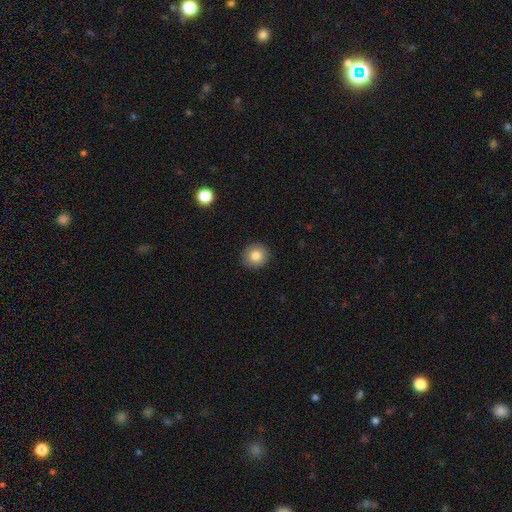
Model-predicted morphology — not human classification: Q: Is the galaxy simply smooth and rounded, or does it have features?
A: smooth — 85%.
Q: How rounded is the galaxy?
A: round — 90%.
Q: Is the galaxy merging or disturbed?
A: none — 92%.